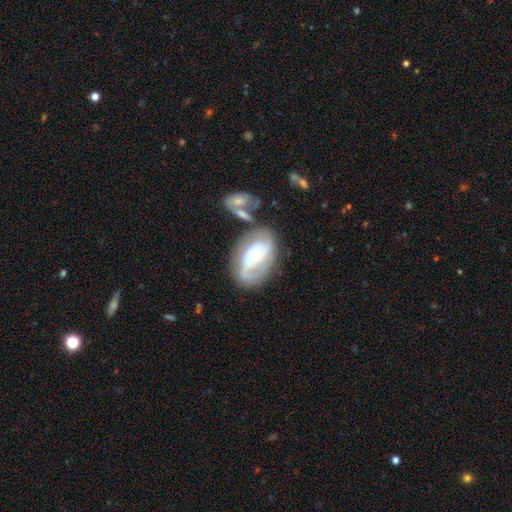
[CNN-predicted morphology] A featured or disk galaxy (75%) with no bar (59%), 2 (53%) tight (47%) spiral arms (78%) and a small central bulge (49%).

Vote fractions:
- Smooth or featured? featured or disk: 75% / smooth: 20% / star or artifact: 6%
- Edge-on disk? no: 96% / yes: 4%
- Bar? no: 59% / weak: 30% / strong: 11%
- Spiral arms? yes: 78% / no: 22%
- Spiral winding? tight: 47% / medium: 37% / loose: 16%
- Spiral arm count? 2: 53% / can't tell: 28% / 1: 9% / 3: 7% / 4: 2% / more than 4: 2%
- Bulge size? small: 49% / moderate: 46% / large: 3% / none: 1% / dominant: 1%
- Merging? none: 50% / minor disturbance: 20% / merger: 17% / major disturbance: 12%